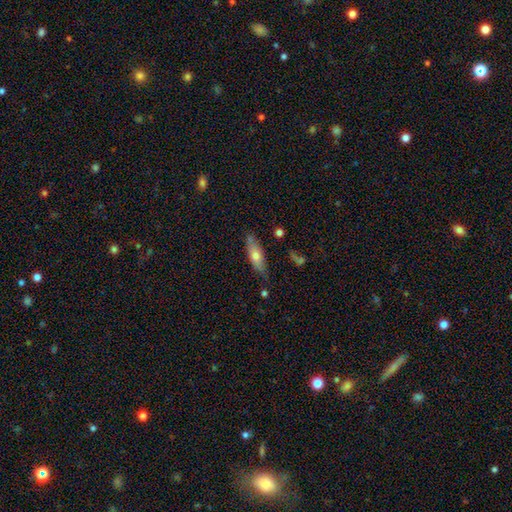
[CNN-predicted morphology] type=smooth (63%); roundness=in between (55%); merging=none (72%).